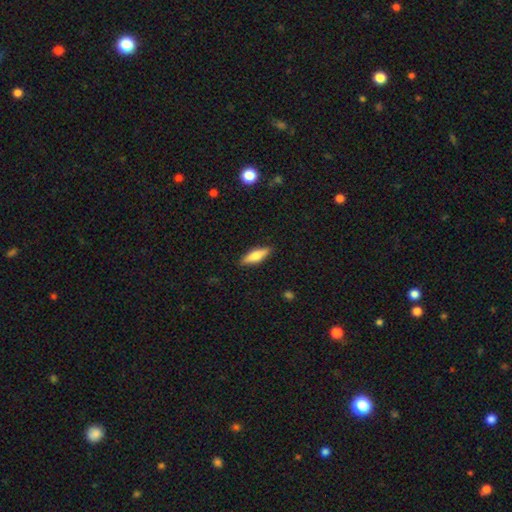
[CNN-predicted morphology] The model was most divided on "how rounded": in between: 50%, cigar-shaped: 48%, round: 2%. More confident: merging — none (88%); smooth or featured — smooth (72%).